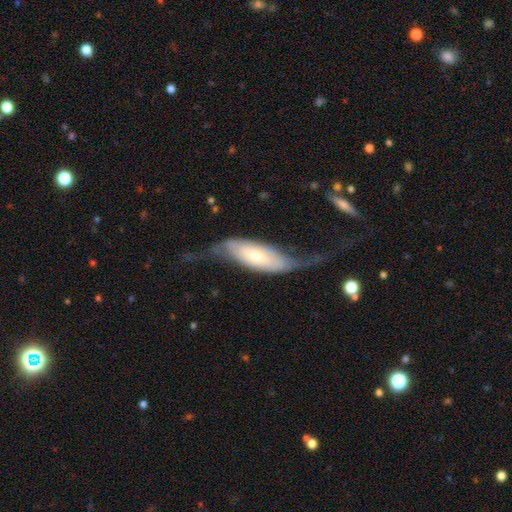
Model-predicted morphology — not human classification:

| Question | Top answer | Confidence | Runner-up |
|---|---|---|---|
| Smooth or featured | featured or disk | 57% | smooth (38%) |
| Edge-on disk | no | 74% | yes (26%) |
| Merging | major disturbance | 37% | none (35%) |